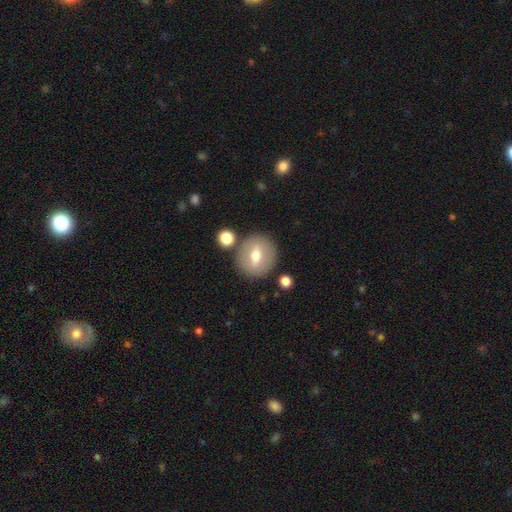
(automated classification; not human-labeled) A smooth galaxy with no disk features (58%) that is round (82%).

Vote fractions:
- Smooth or featured? smooth: 58% / featured or disk: 35% / star or artifact: 8%
- How rounded? round: 82% / in between: 17% / cigar-shaped: 1%
- Merging? none: 81% / minor disturbance: 9% / merger: 6% / major disturbance: 3%